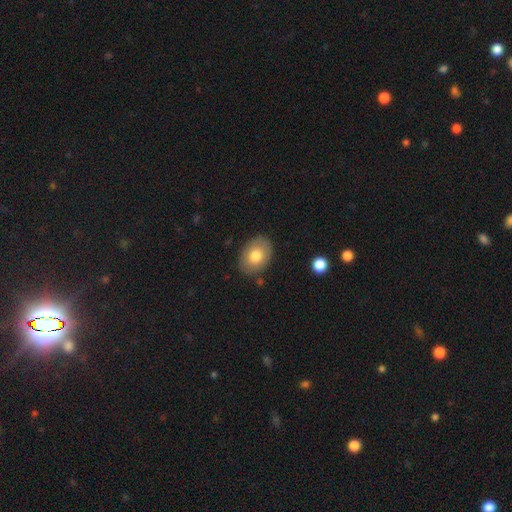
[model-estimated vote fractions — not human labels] This is likely a smooth galaxy (74%). How rounded: likely in between (73%). Merging: clearly none (83%).